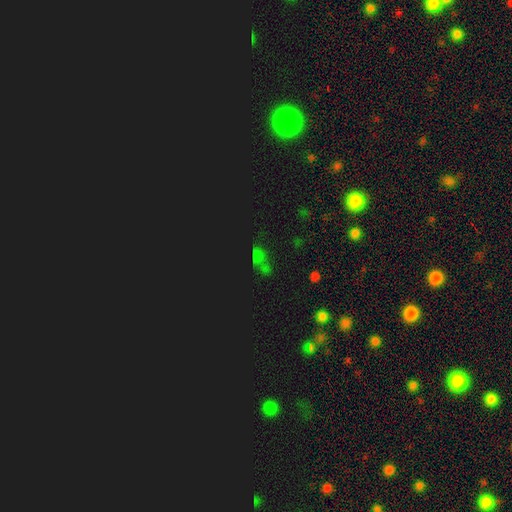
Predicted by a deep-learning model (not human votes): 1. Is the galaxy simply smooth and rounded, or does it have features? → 65% star or artifact, 27% smooth, 9% featured or disk.